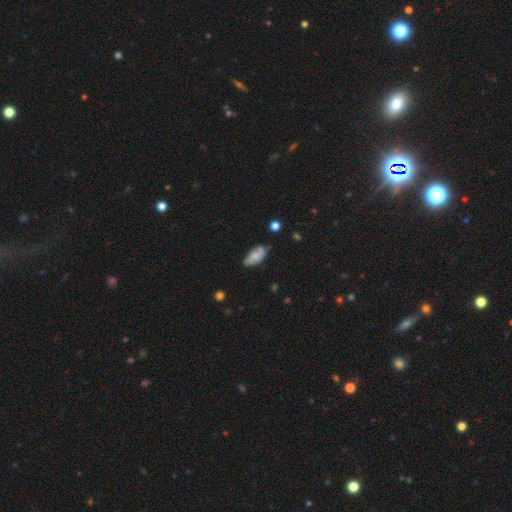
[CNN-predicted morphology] Smooth or featured?
  - smooth: 59% *
  - featured or disk: 34%
  - star or artifact: 8%
How rounded?
  - in between: 88% *
  - cigar-shaped: 8%
  - round: 3%
Merging?
  - none: 59% *
  - minor disturbance: 30%
  - major disturbance: 7%
  - merger: 3%